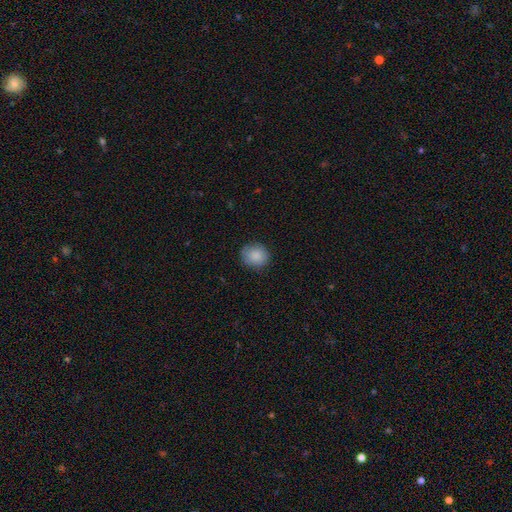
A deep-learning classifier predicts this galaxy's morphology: smooth_or_featured: smooth (p=0.87) [alt: star or artifact p=0.08]
how_rounded: round (p=0.82) [alt: in between p=0.17]
merging: none (p=0.84) [alt: minor disturbance p=0.12]